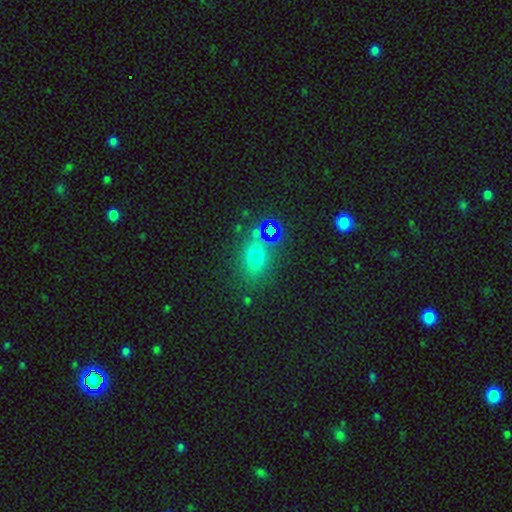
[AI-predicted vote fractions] Smooth or featured? smooth (66%)
How rounded? in between (68%)
Merging? none (70%)